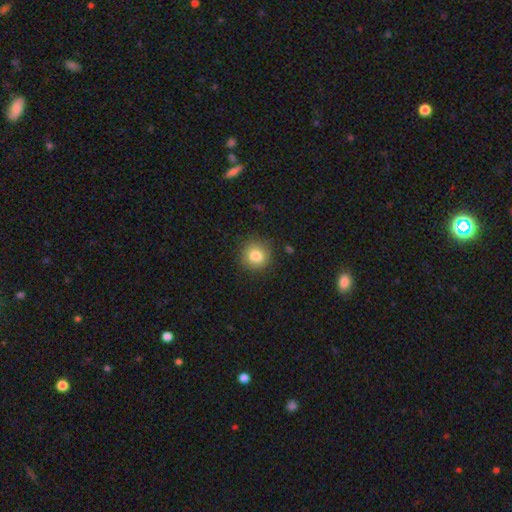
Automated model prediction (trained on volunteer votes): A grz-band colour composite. It shows a smooth galaxy with no disk features (82%) that is round (90%). Merging: none (88%).